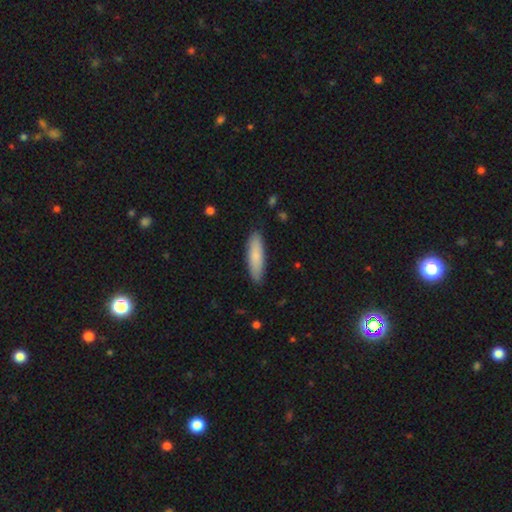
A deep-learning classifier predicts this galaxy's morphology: smooth-or-featured: smooth: 82% | featured or disk: 13% | star or artifact: 5%
  how-rounded: cigar-shaped: 66% | in between: 32% | round: 1%
  merging: none: 87% | minor disturbance: 10% | major disturbance: 2% | merger: 1%